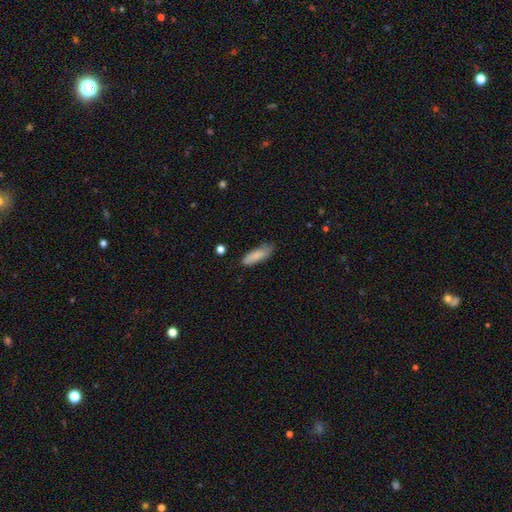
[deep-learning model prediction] A smooth galaxy with no disk features (83%) that is in between round and cigar-shaped (58%).

Vote fractions:
- Smooth or featured? smooth: 83% / featured or disk: 11% / star or artifact: 6%
- How rounded? in between: 58% / cigar-shaped: 41% / round: 2%
- Merging? none: 71% / minor disturbance: 23% / major disturbance: 4% / merger: 2%